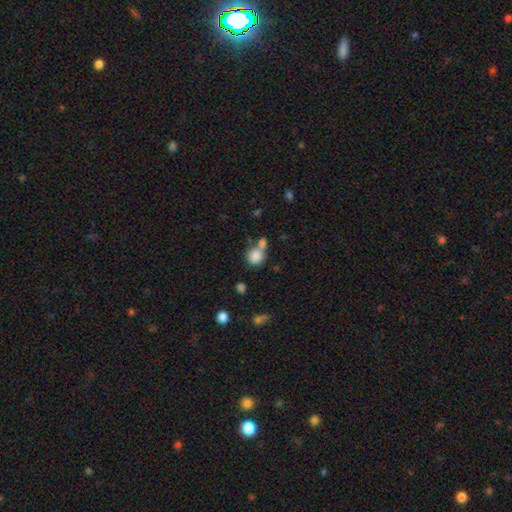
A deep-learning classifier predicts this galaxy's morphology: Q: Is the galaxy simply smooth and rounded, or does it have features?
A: smooth — 84%.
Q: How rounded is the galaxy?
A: round — 84%.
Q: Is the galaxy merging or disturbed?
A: none — 48%.